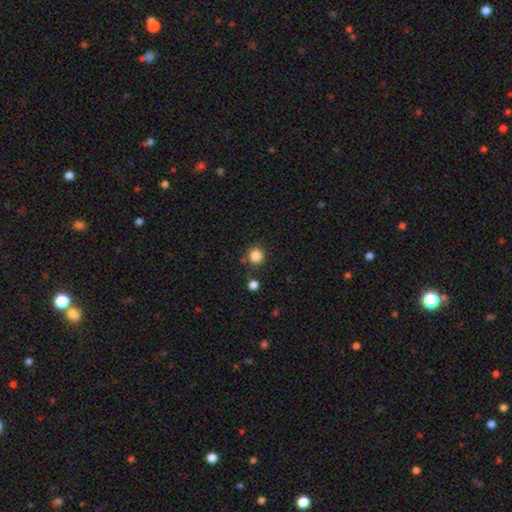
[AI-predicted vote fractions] A smooth galaxy with no disk features (85%) that is round (91%). Merging: none (81%).